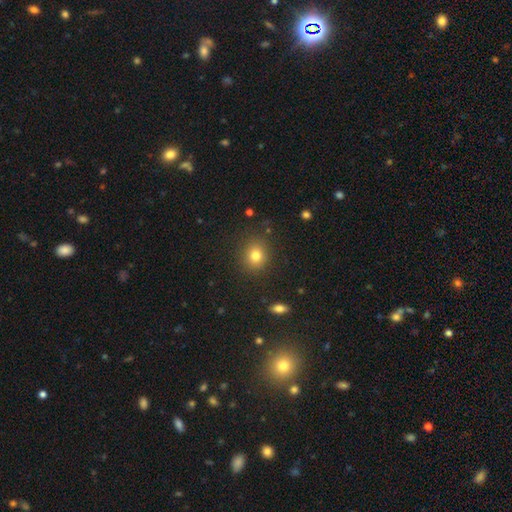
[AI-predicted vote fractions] This is likely a smooth galaxy (80%). How rounded: likely round (75%). Merging: clearly none (87%).